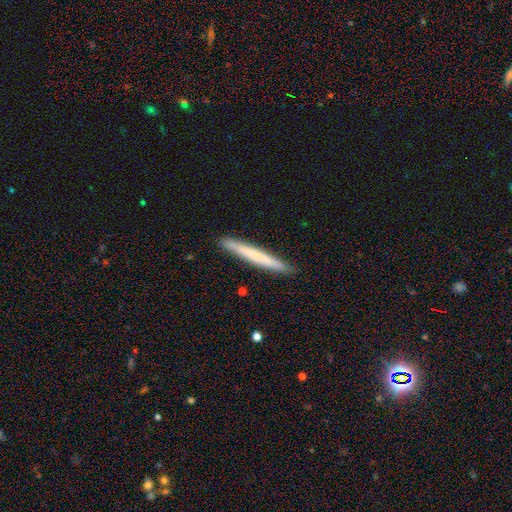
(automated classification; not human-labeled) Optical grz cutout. It shows a smooth galaxy with no disk features (61%) that is cigar-shaped (97%). Merging: none (91%).